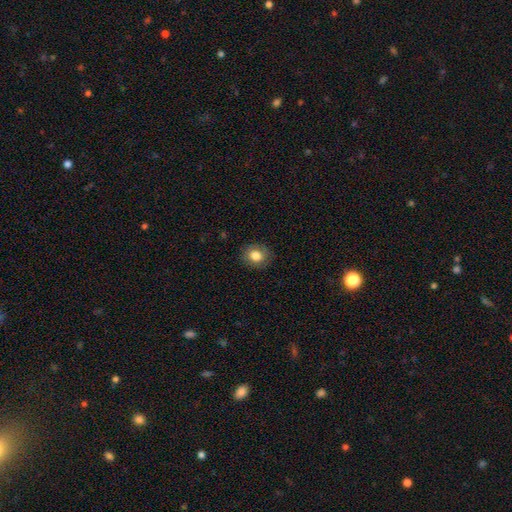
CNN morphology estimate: Smooth or featured? smooth (80%)
How rounded? round (68%)
Merging? none (86%)